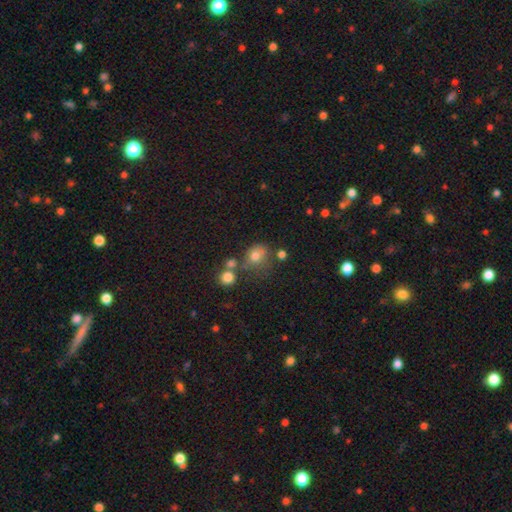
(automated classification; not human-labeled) Overall: smooth (72%). How rounded: round (65%; in between 34%). Merging: none (51%; merger 20%).